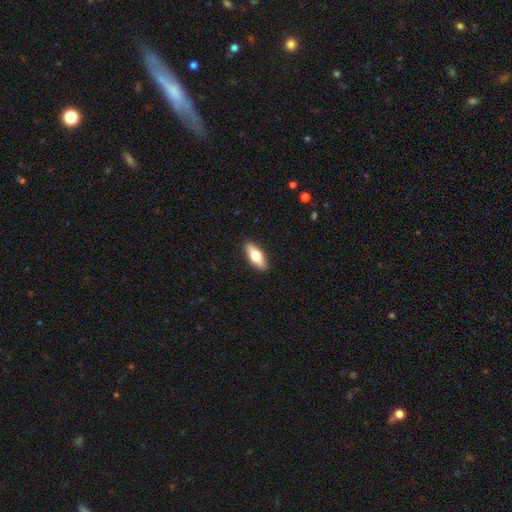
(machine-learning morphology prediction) A smooth galaxy with no disk features (63%) that is in between round and cigar-shaped (66%). Merging: none (90%).